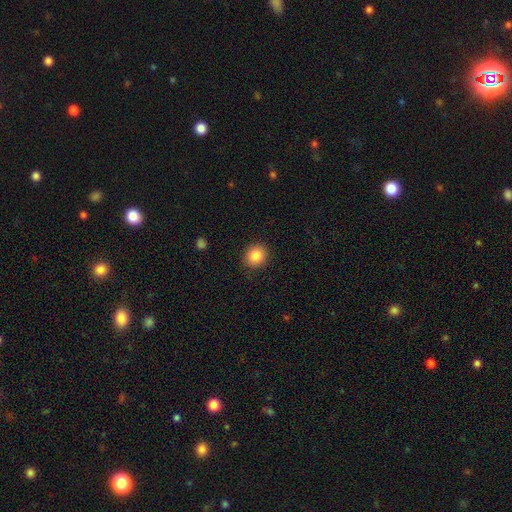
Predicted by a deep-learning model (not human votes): A smooth galaxy with no disk features (86%) that is round (79%).

Vote fractions:
- Smooth or featured? smooth: 86% / star or artifact: 9% / featured or disk: 5%
- How rounded? round: 79% / in between: 20% / cigar-shaped: 1%
- Merging? none: 89% / minor disturbance: 8% / major disturbance: 2% / merger: 1%